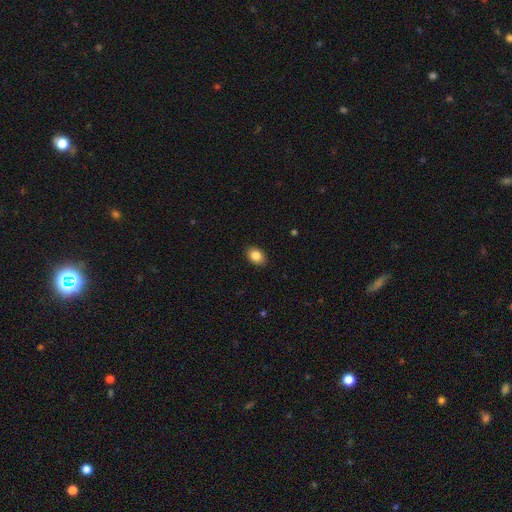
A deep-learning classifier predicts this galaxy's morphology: smooth 86%, star or artifact 8%, featured or disk 5%. Down the decision tree: how rounded — in between (74%); merging — none (89%).